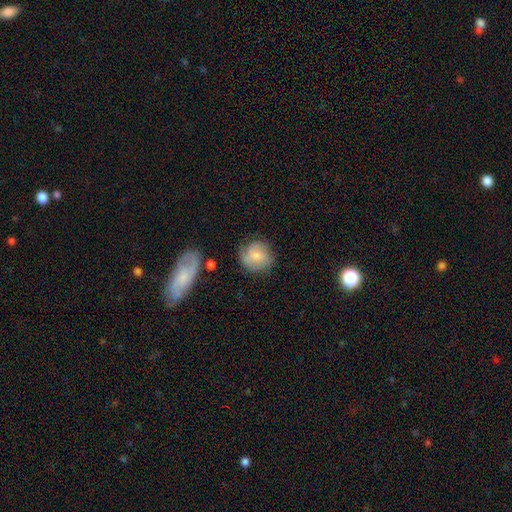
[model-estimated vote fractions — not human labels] This appears to be a smooth galaxy with no disk features (70%) that is round (86%). Merging: none (64%).